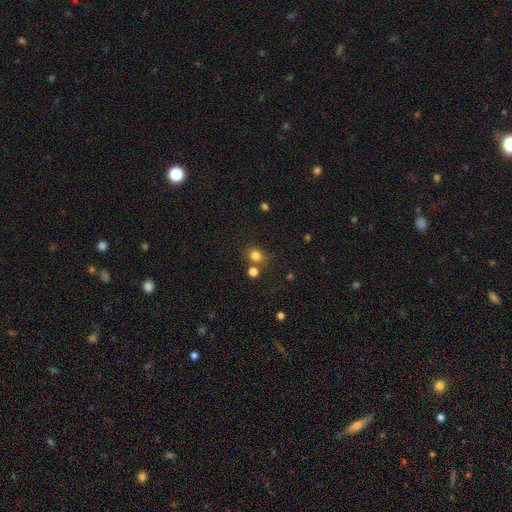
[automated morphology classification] Smooth or featured?
  - smooth: 80% *
  - star or artifact: 14%
  - featured or disk: 6%
How rounded?
  - round: 76% *
  - in between: 23%
  - cigar-shaped: 1%
Merging?
  - none: 69% *
  - merger: 17%
  - minor disturbance: 10%
  - major disturbance: 4%